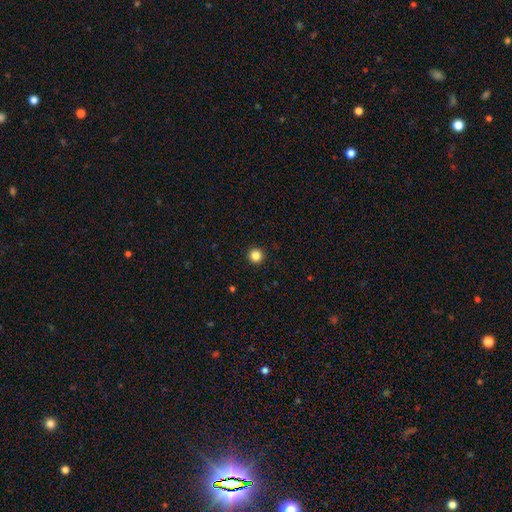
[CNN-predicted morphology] Overall: smooth (85%). How rounded: round (96%). Merging: none (94%).